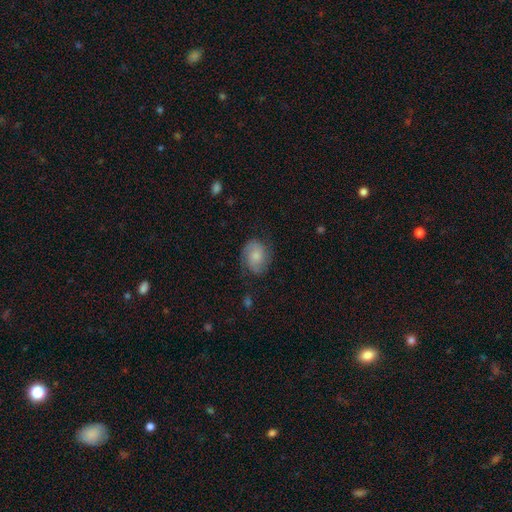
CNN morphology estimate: type=smooth (52%); roundness=in between (61%); merging=none (69%).